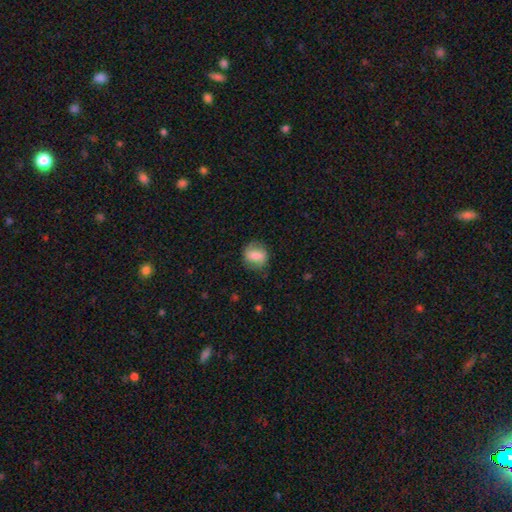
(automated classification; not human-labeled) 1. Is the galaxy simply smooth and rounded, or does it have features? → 64% smooth, 28% featured or disk, 8% star or artifact.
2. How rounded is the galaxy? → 68% round, 30% in between, 1% cigar-shaped.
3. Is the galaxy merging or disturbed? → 75% none, 18% minor disturbance, 6% major disturbance, 1% merger.